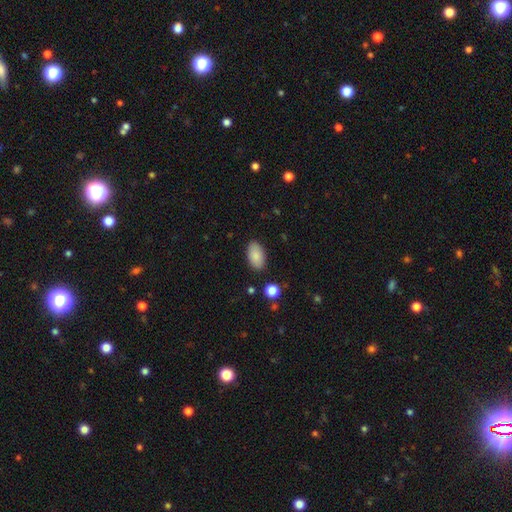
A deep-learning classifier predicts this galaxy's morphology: Smooth or featured? smooth (87%)
How rounded? in between (95%)
Merging? none (87%)